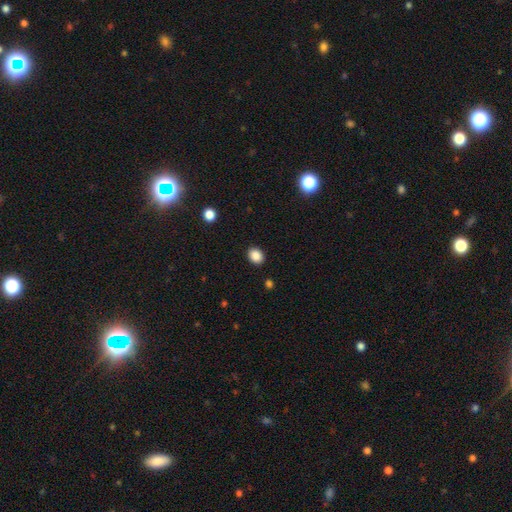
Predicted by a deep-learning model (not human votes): Smooth or featured?
  - smooth: 88% *
  - star or artifact: 9%
  - featured or disk: 3%
How rounded?
  - round: 51% *
  - in between: 49%
  - cigar-shaped: 1%
Merging?
  - none: 90% *
  - minor disturbance: 7%
  - major disturbance: 2%
  - merger: 1%